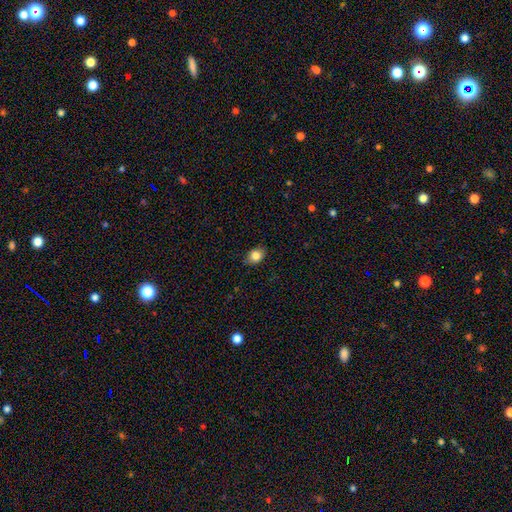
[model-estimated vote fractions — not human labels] A smooth galaxy with no disk features (84%) that is in between round and cigar-shaped (63%). Merging: none (81%).